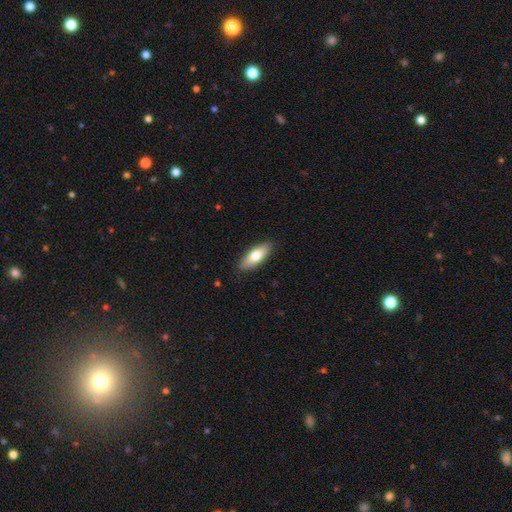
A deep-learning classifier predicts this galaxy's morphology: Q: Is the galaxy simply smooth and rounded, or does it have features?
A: smooth — 74%.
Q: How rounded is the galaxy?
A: in between — 67%.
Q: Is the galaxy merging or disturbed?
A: none — 87%.